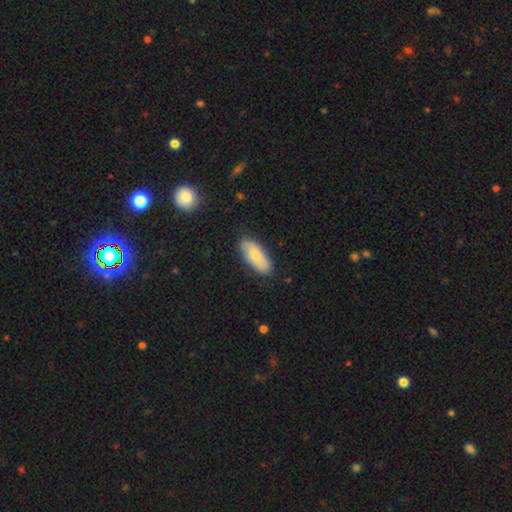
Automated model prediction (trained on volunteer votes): This is likely a smooth galaxy (68%). How rounded: clearly in between (86%). Merging: clearly none (84%).